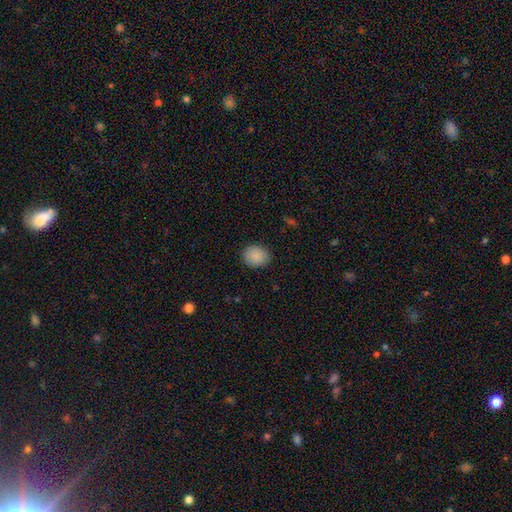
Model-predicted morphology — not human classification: Smooth or featured: smooth — 89% (star or artifact — 8%)
How rounded: round — 70% (in between — 29%)
Merging: none — 89% (minor disturbance — 8%)